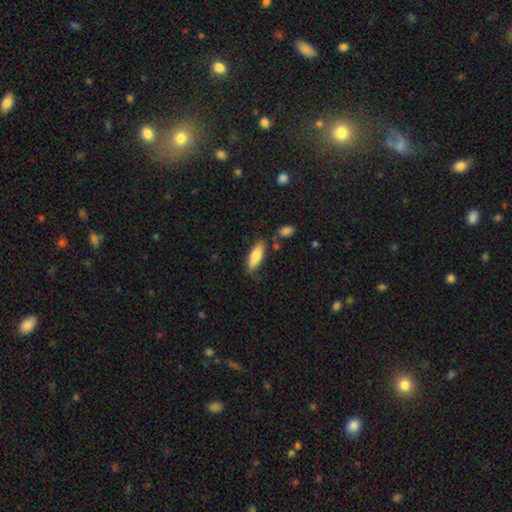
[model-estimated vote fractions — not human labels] Smooth or featured? smooth (80%)
How rounded? in between (63%)
Merging? none (76%)